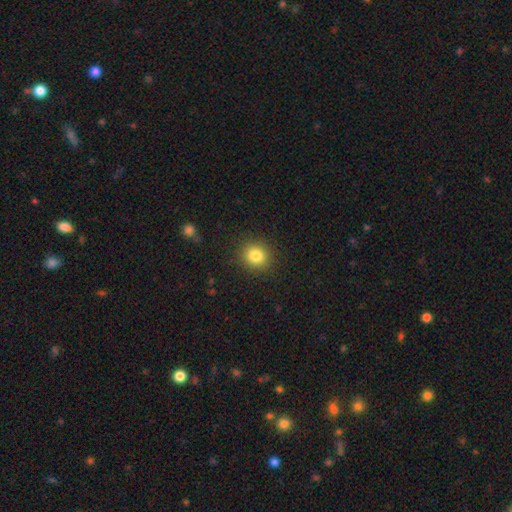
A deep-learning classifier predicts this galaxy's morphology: The model was most divided on "how rounded": round: 81%, in between: 18%, cigar-shaped: 1%. More confident: merging — none (90%); smooth or featured — smooth (83%).